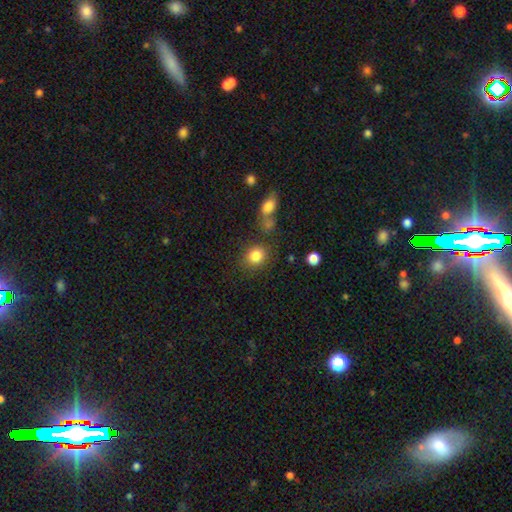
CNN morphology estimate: The model was most divided on "how rounded": round: 72%, in between: 27%, cigar-shaped: 1%. More confident: smooth or featured — smooth (85%); merging — none (77%).